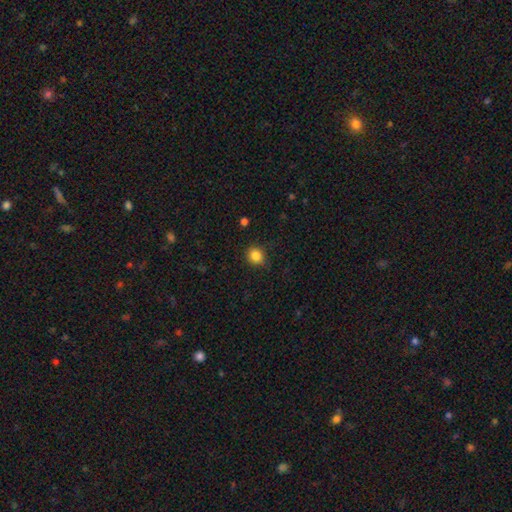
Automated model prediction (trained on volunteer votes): smooth_or_featured: smooth (p=0.85) [alt: star or artifact p=0.11]
how_rounded: round (p=0.78) [alt: in between p=0.21]
merging: none (p=0.84) [alt: minor disturbance p=0.12]